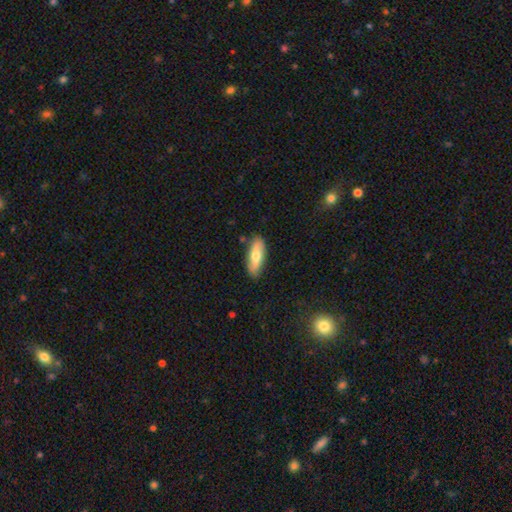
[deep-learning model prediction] smooth 61%, featured or disk 34%, star or artifact 6%. Down the decision tree: how rounded — in between (64%); merging — none (84%).